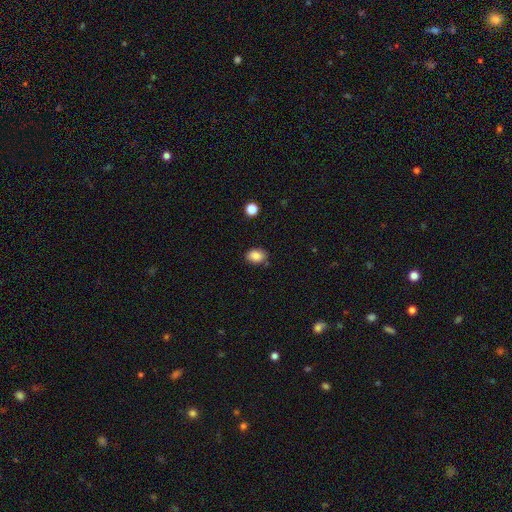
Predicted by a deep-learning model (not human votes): Q: Smooth or featured?
A: smooth (85%); runner-up: star or artifact (9%)
Q: How rounded?
A: in between (70%); runner-up: round (29%)
Q: Merging?
A: none (81%); runner-up: minor disturbance (13%)